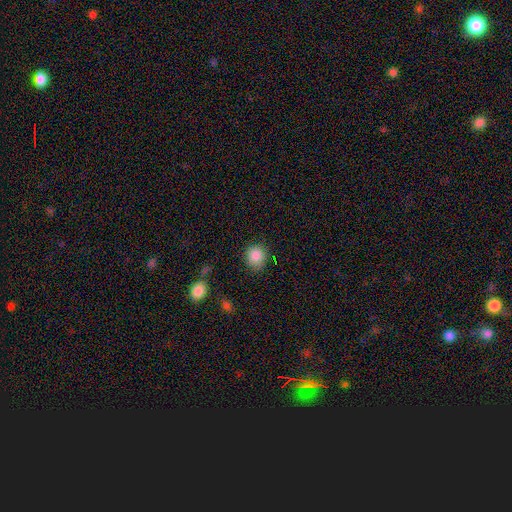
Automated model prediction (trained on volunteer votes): smooth_or_featured: smooth (p=0.87) [alt: star or artifact p=0.09]
how_rounded: round (p=0.82) [alt: in between p=0.17]
merging: none (p=0.81) [alt: minor disturbance p=0.14]